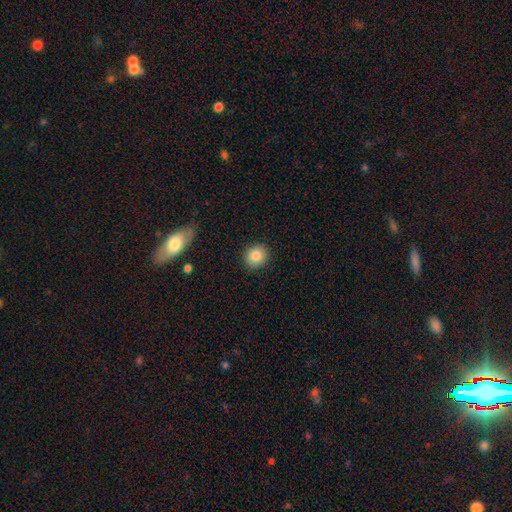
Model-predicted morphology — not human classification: type=smooth (85%); roundness=round (82%); merging=none (90%).